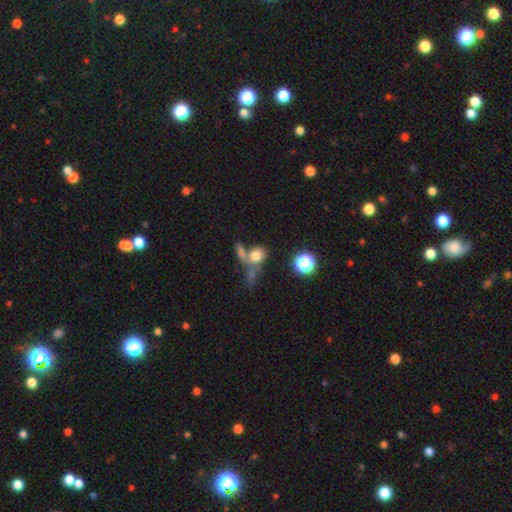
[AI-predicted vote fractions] Smooth or featured?
  - smooth: 72% *
  - star or artifact: 14%
  - featured or disk: 14%
How rounded?
  - round: 54% *
  - in between: 44%
  - cigar-shaped: 3%
Merging?
  - merger: 44% *
  - none: 35%
  - minor disturbance: 10%
  - major disturbance: 10%